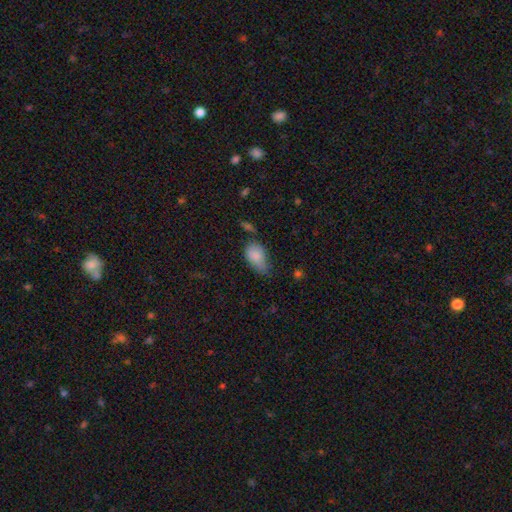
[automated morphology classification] A smooth galaxy with no disk features (82%) that is in between round and cigar-shaped (87%). Merging: minor disturbance (46%).